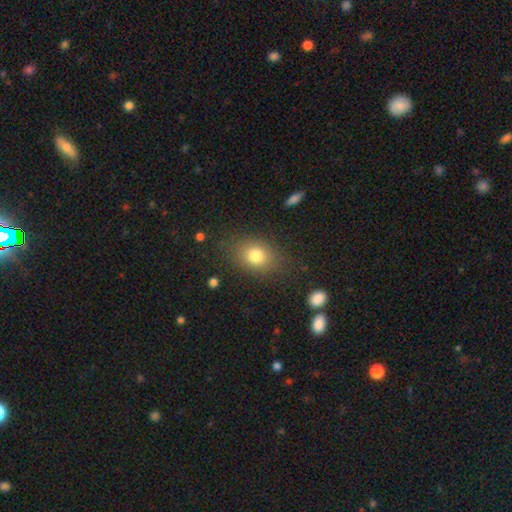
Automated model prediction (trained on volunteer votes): This appears to be a smooth galaxy with no disk features (79%) that is in between round and cigar-shaped (62%). Merging: none (81%).